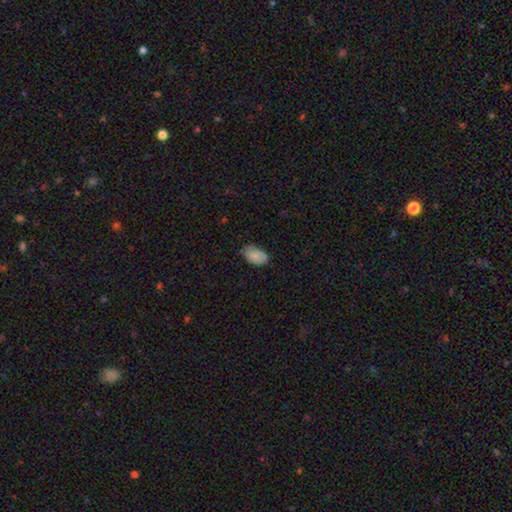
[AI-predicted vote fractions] Smooth or featured? smooth (83%)
How rounded? in between (91%)
Merging? none (63%)